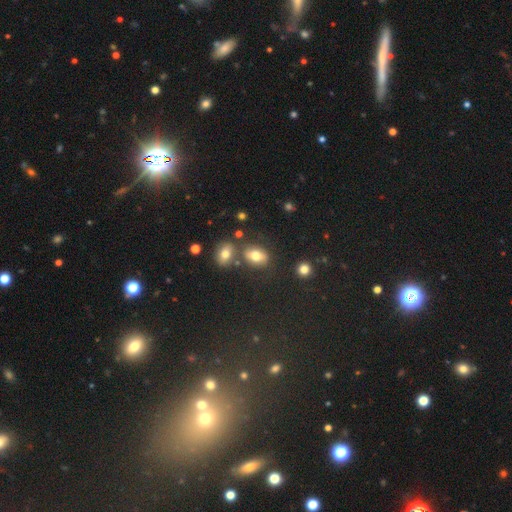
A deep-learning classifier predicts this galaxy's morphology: smooth_or_featured: smooth (p=0.73) [alt: featured or disk p=0.15]
how_rounded: in between (p=0.79) [alt: round p=0.19]
merging: none (p=0.66) [alt: merger p=0.15]